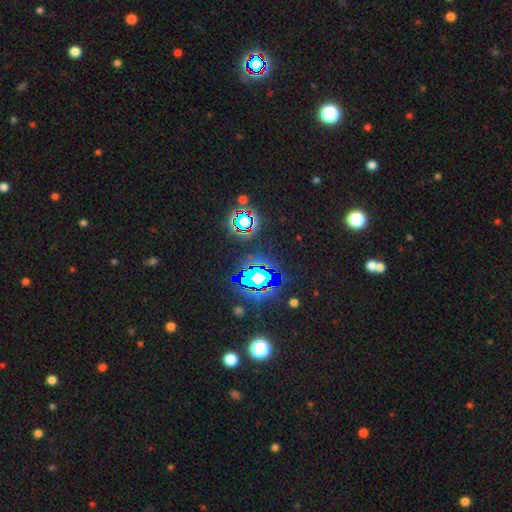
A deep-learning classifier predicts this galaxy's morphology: This is likely a star or artifact rather than a galaxy (78%).